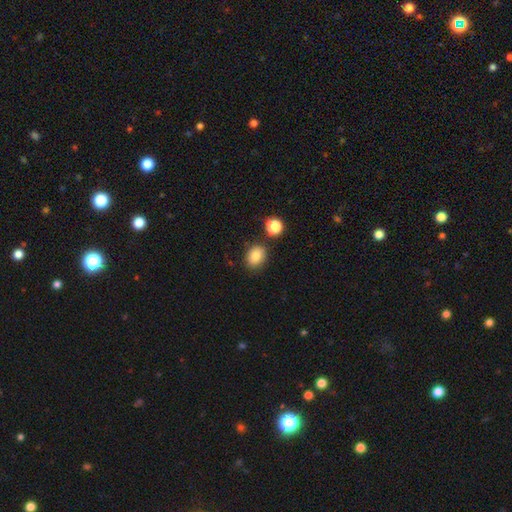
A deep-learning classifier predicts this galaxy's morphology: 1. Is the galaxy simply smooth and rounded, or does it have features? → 85% smooth, 10% star or artifact, 5% featured or disk.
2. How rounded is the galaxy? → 58% in between, 41% round, 1% cigar-shaped.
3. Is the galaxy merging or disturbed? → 80% none, 11% minor disturbance, 6% merger, 3% major disturbance.